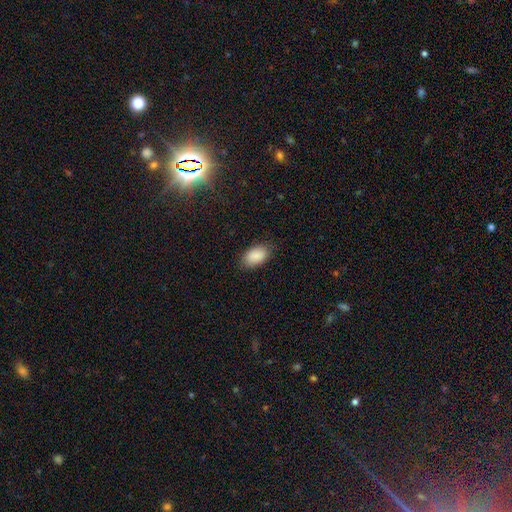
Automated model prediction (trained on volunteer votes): Smooth or featured?
  - smooth: 88% *
  - star or artifact: 7%
  - featured or disk: 5%
How rounded?
  - in between: 92% *
  - round: 6%
  - cigar-shaped: 1%
Merging?
  - none: 82% *
  - minor disturbance: 14%
  - major disturbance: 3%
  - merger: 1%